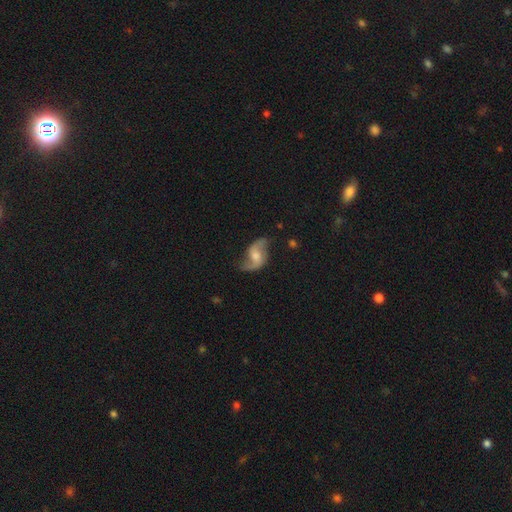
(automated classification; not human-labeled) Smooth or featured? Predicted: featured or disk (p=0.81). Edge-on disk? Predicted: no (p=0.97). Bar? Predicted: weak (p=0.47). Spiral arms? Predicted: yes (p=0.94). Spiral winding? Predicted: loose (p=0.73). Spiral arm count? Predicted: 2 (p=0.91). Bulge size? Predicted: moderate (p=0.51). Merging? Predicted: none (p=0.67).